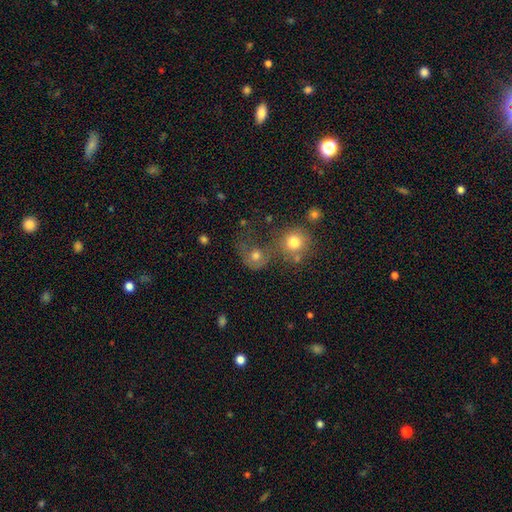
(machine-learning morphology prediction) smooth_or_featured: smooth (p=0.69) [alt: featured or disk p=0.17]
how_rounded: round (p=0.74) [alt: in between p=0.25]
merging: merger (p=0.41) [alt: none p=0.30]